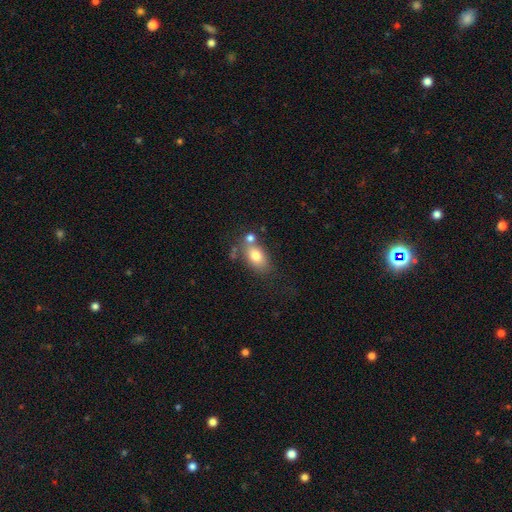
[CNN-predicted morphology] smooth 78%, featured or disk 13%, star or artifact 9%. Down the decision tree: how rounded — in between (84%); merging — none (58%).